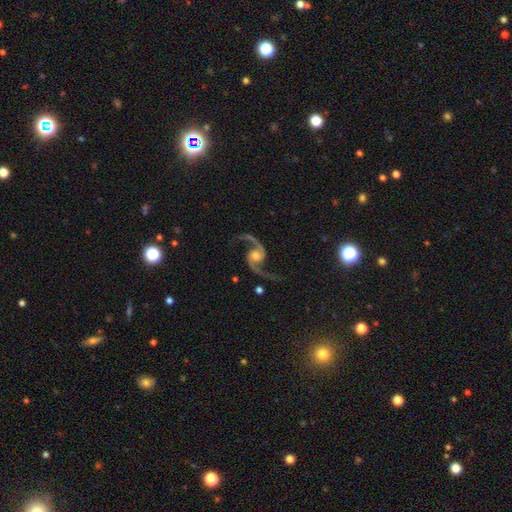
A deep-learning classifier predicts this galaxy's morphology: A featured or disk galaxy (94%) with no bar (65%), 2 (95%) loose (65%) spiral arms (98%) and a moderate central bulge (56%).

Vote fractions:
- Smooth or featured? featured or disk: 94% / star or artifact: 4% / smooth: 2%
- Edge-on disk? no: 98% / yes: 2%
- Bar? no: 65% / weak: 27% / strong: 8%
- Spiral arms? yes: 98% / no: 2%
- Spiral winding? loose: 65% / medium: 31% / tight: 5%
- Spiral arm count? 2: 95% / 1: 1% / can't tell: 1% / 3: 1% / 4: 1% / more than 4: 1%
- Bulge size? moderate: 56% / small: 23% / large: 14% / none: 5% / dominant: 2%
- Merging? none: 79% / minor disturbance: 12% / major disturbance: 7% / merger: 2%